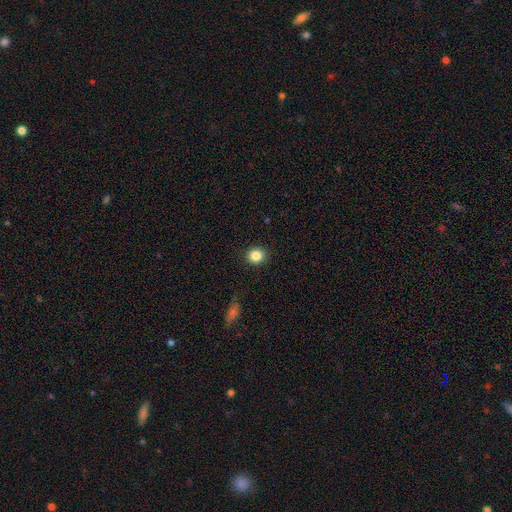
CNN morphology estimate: A smooth galaxy with no disk features (84%) that is round (84%).

Vote fractions:
- Smooth or featured? smooth: 84% / star or artifact: 11% / featured or disk: 5%
- How rounded? round: 84% / in between: 15% / cigar-shaped: 1%
- Merging? none: 91% / minor disturbance: 6% / major disturbance: 2% / merger: 1%